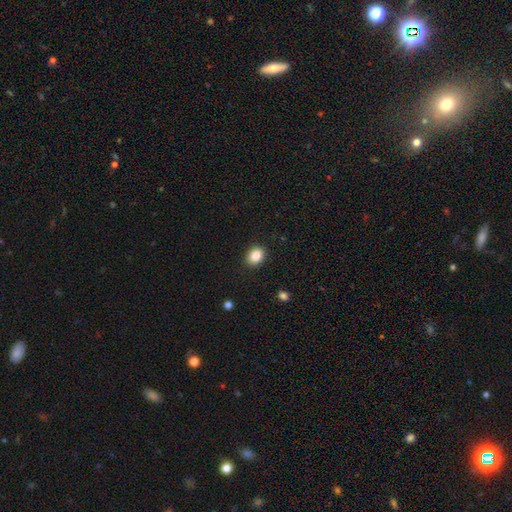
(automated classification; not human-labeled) Morphology: type=smooth (86%); roundness=in between (53%); merging=none (90%).